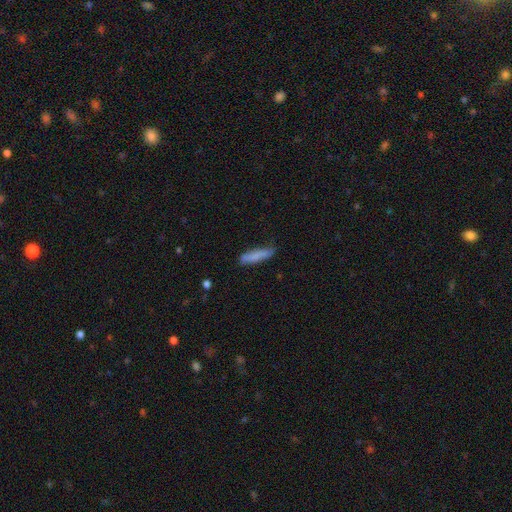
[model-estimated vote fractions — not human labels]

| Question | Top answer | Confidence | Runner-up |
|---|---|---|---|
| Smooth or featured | smooth | 80% | featured or disk (14%) |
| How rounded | cigar-shaped | 78% | in between (21%) |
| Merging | none | 77% | minor disturbance (19%) |